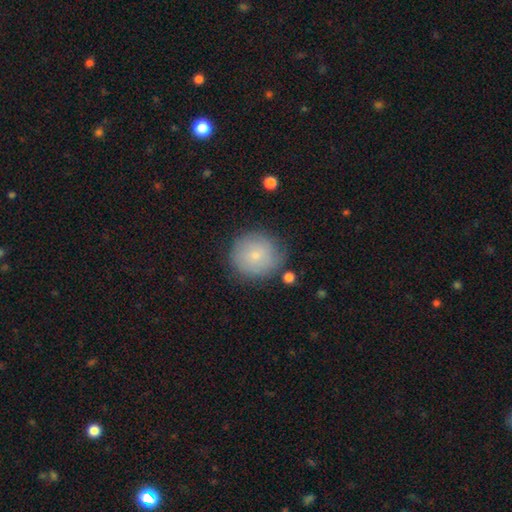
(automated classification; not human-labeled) A smooth galaxy with no disk features (71%) that is round (92%). Merging: none (75%).